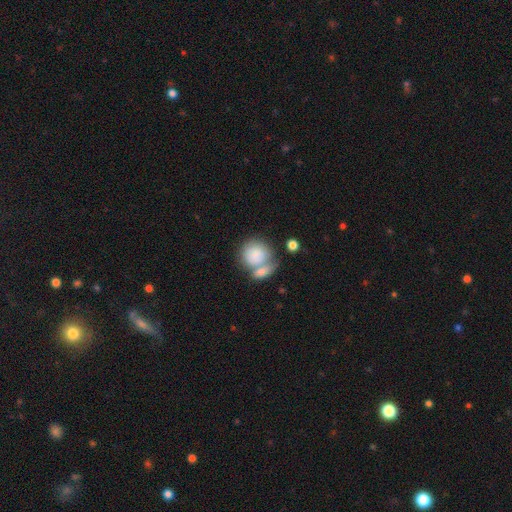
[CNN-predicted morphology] Smooth or featured: smooth — 79% (featured or disk — 15%)
How rounded: round — 76% (in between — 22%)
Merging: merger — 50% (none — 30%)